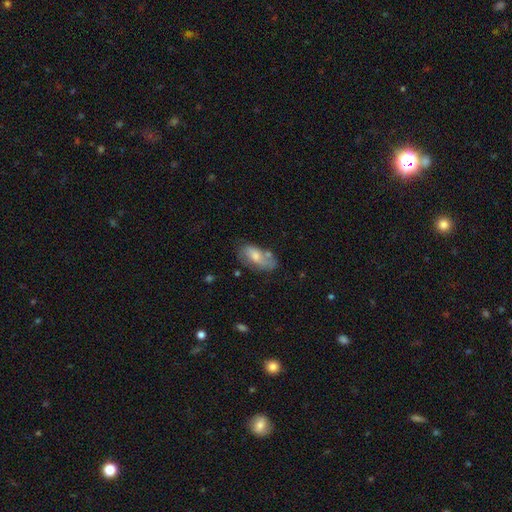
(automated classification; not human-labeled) Smooth or featured: smooth — 56% (featured or disk — 35%)
How rounded: in between — 87% (cigar-shaped — 9%)
Merging: none — 51% (minor disturbance — 27%)